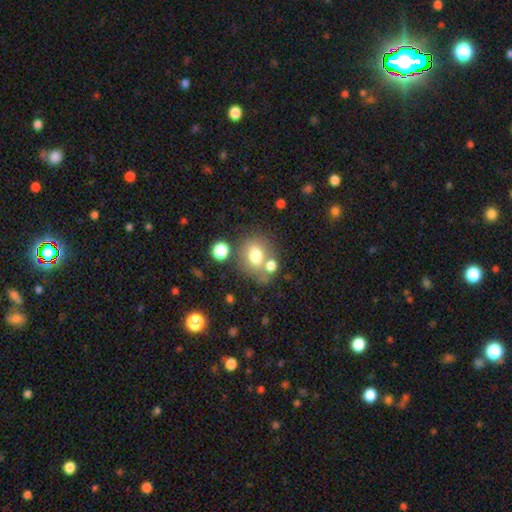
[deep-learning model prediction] The model was most divided on "how rounded": round: 59%, in between: 40%, cigar-shaped: 1%. More confident: smooth or featured — smooth (70%); merging — none (58%).